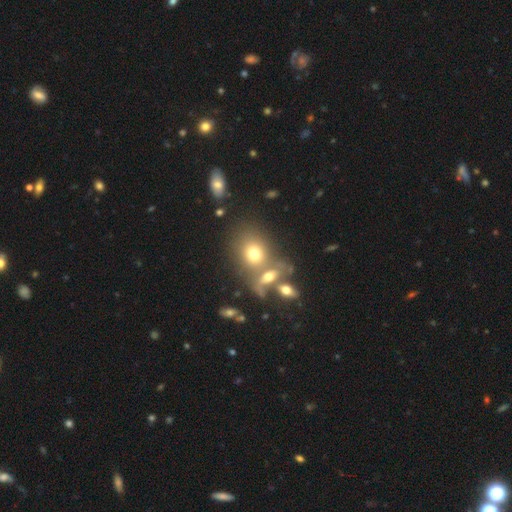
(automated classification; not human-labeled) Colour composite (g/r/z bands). It shows a smooth galaxy with no disk features (52%) that is round (58%). Merging: none (46%).